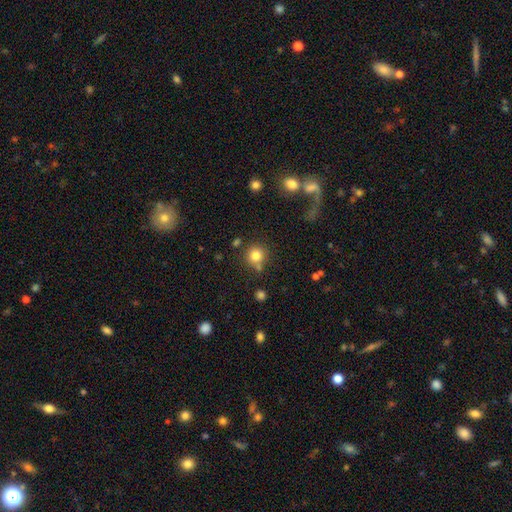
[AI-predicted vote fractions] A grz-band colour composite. It shows a smooth galaxy with no disk features (81%) that is round (92%). Merging: none (75%).